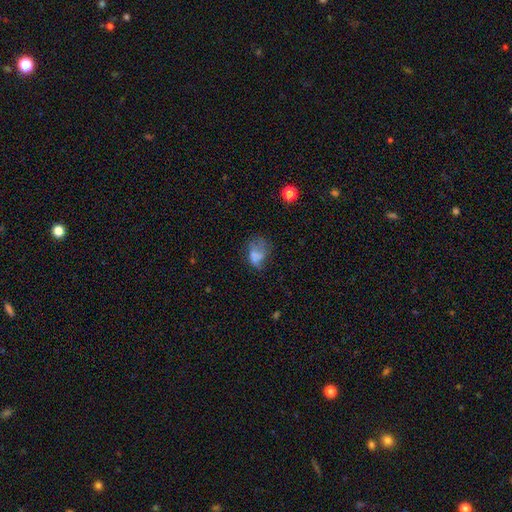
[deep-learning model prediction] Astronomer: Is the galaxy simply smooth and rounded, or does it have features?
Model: smooth — 55%.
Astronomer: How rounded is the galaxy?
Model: in between — 72%.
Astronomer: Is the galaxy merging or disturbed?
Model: major disturbance — 39% (runner-up: none, 31%).